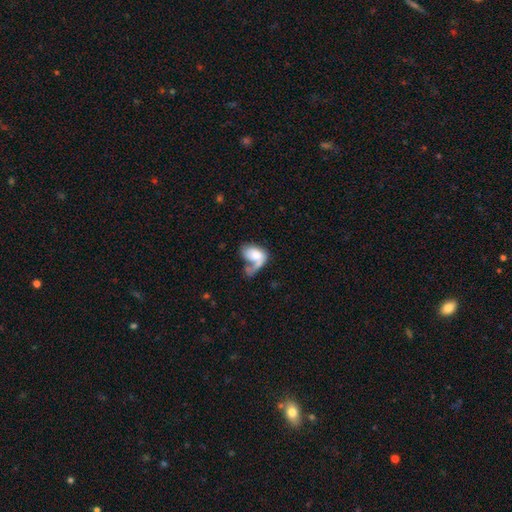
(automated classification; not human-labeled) The model was most divided on "merging": major disturbance: 34%, merger: 30%, none: 22%, minor disturbance: 14%. More confident: how rounded — in between (84%); smooth or featured — smooth (56%).